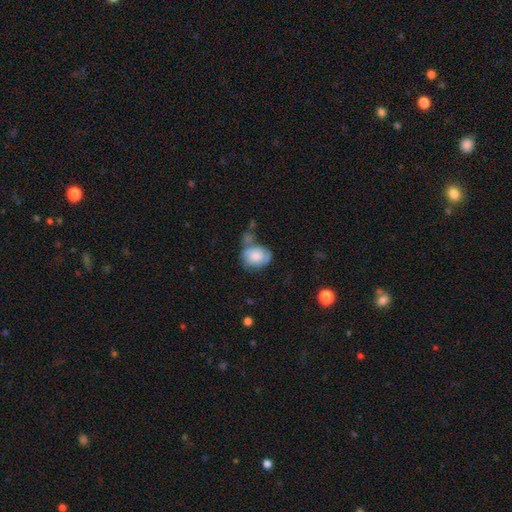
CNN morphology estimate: The model was most divided on "how rounded": round: 50%, in between: 49%, cigar-shaped: 1%. Remaining: smooth or featured — smooth (70%); merging — none (35%).